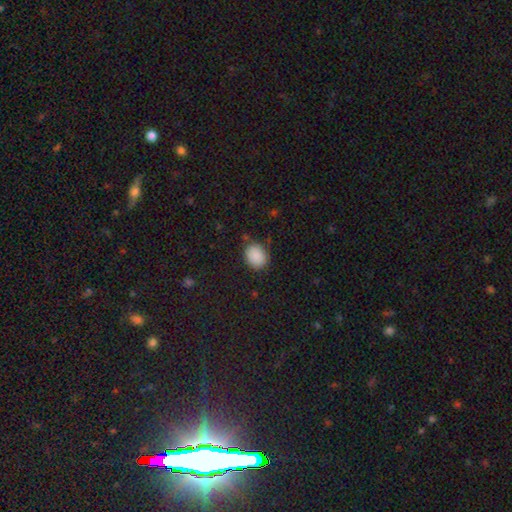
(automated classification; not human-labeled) A smooth galaxy with no disk features (88%) that is in between round and cigar-shaped (56%). Merging: none (79%).